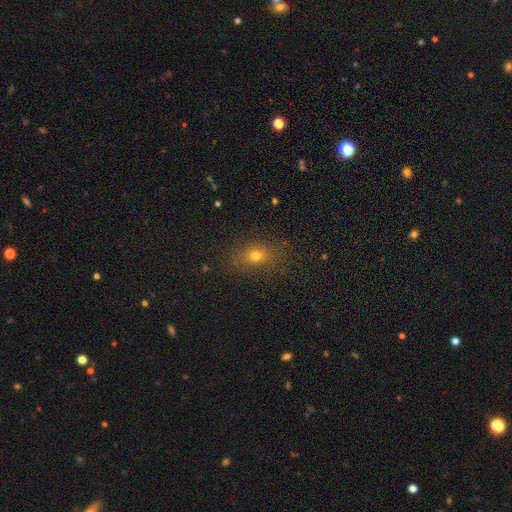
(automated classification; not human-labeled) Morphology: type=smooth (69%); roundness=in between (58%); merging=none (80%).